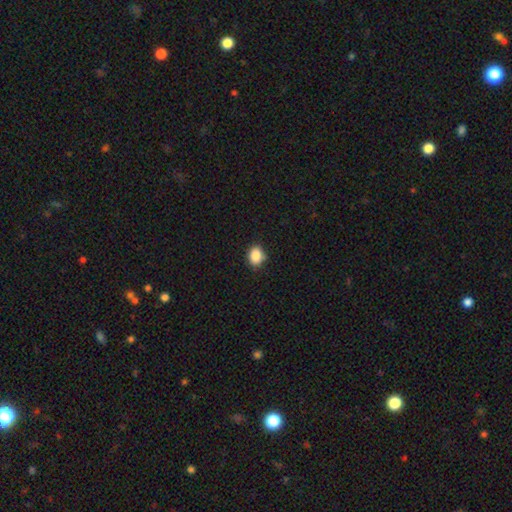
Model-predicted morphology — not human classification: Smooth or featured? smooth (87%)
How rounded? in between (58%)
Merging? none (80%)